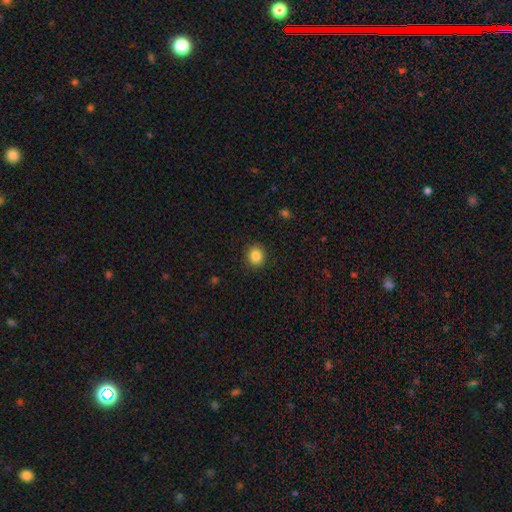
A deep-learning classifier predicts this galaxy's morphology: Smooth or featured?
  - smooth: 86% *
  - star or artifact: 10%
  - featured or disk: 4%
How rounded?
  - round: 80% *
  - in between: 19%
  - cigar-shaped: 1%
Merging?
  - none: 91% *
  - minor disturbance: 6%
  - major disturbance: 2%
  - merger: 1%